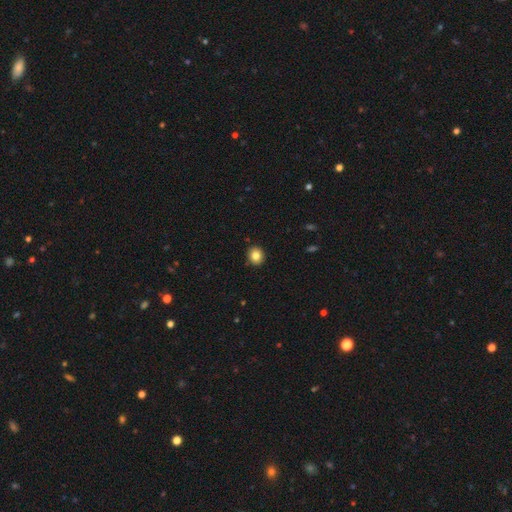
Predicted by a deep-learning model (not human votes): Smooth or featured: smooth — 83% (star or artifact — 10%)
How rounded: round — 80% (in between — 19%)
Merging: none — 90% (minor disturbance — 7%)